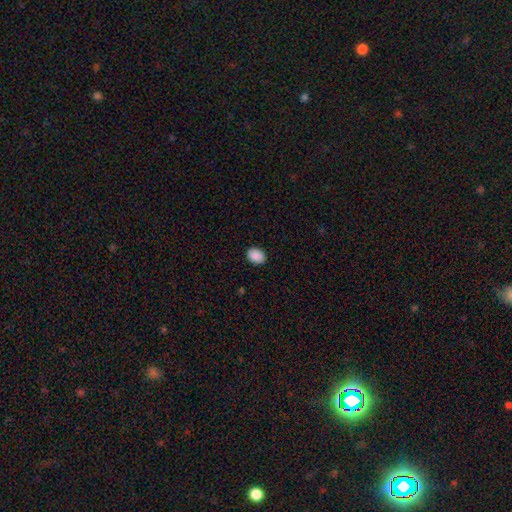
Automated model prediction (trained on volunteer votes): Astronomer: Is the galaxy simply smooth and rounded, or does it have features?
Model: smooth — 90%.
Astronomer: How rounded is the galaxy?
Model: in between — 68%.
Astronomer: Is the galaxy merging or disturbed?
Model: none — 89%.